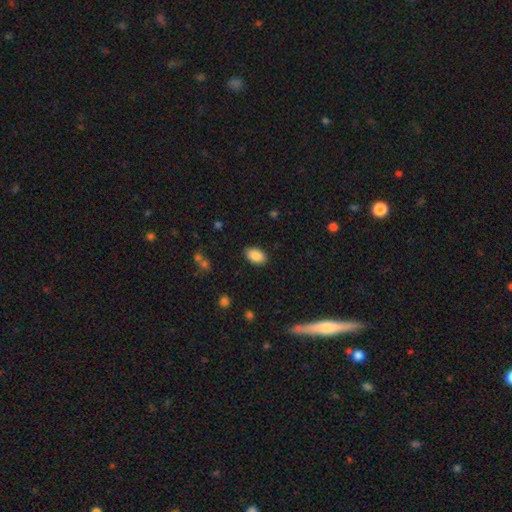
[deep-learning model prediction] This appears to be a smooth galaxy with no disk features (88%) that is in between round and cigar-shaped (92%). Merging: none (88%).